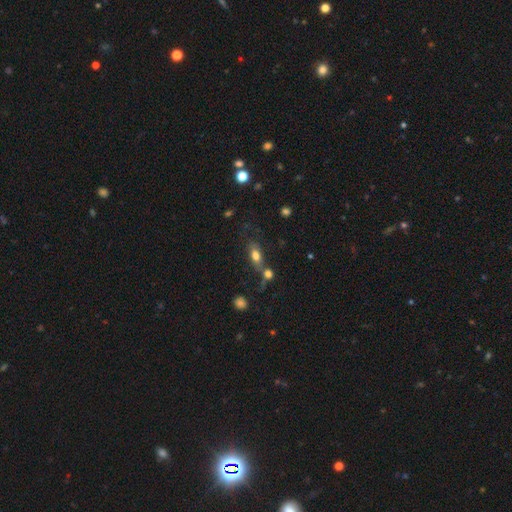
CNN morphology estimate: smooth-or-featured: smooth: 73% | featured or disk: 16% | star or artifact: 11%
  how-rounded: in between: 80% | cigar-shaped: 10% | round: 10%
  merging: none: 45% | merger: 33% | minor disturbance: 14% | major disturbance: 8%